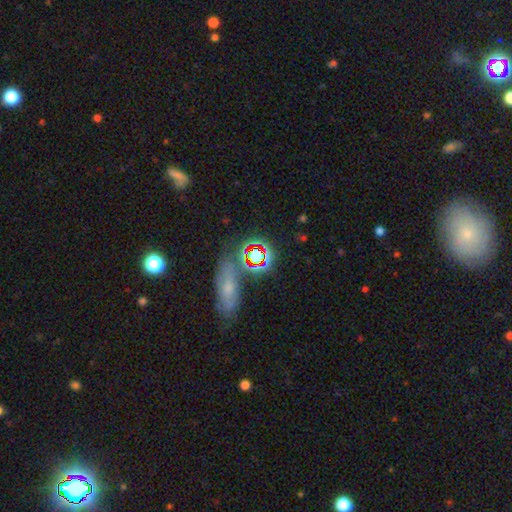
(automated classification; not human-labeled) smooth-or-featured: star or artifact: 55% | smooth: 33% | featured or disk: 12%